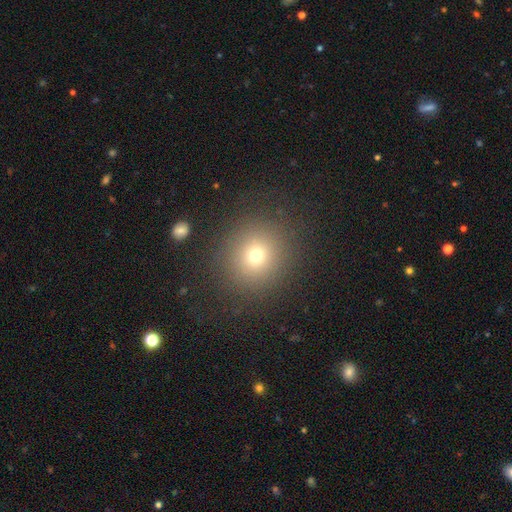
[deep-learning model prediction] smooth_or_featured: smooth (p=0.71) [alt: star or artifact p=0.18]
how_rounded: round (p=0.89) [alt: in between p=0.10]
merging: none (p=0.86) [alt: minor disturbance p=0.08]